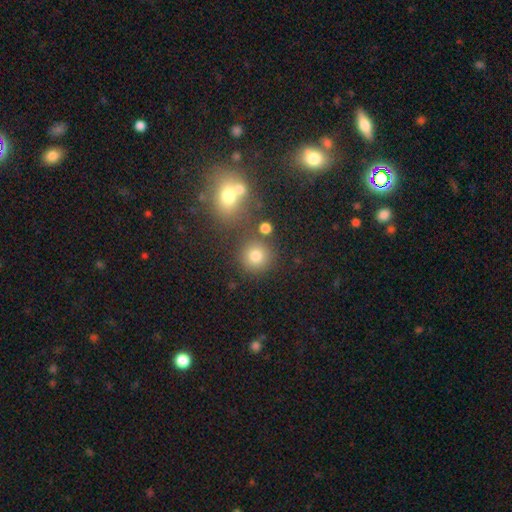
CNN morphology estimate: Smooth or featured: smooth — 76% (star or artifact — 16%)
How rounded: round — 91% (in between — 8%)
Merging: none — 77% (merger — 10%)